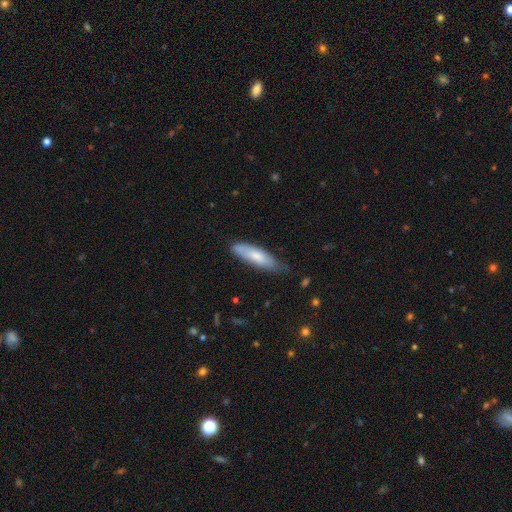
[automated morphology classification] This appears to be a smooth galaxy with no disk features (73%) that is cigar-shaped (58%). Merging: none (64%).